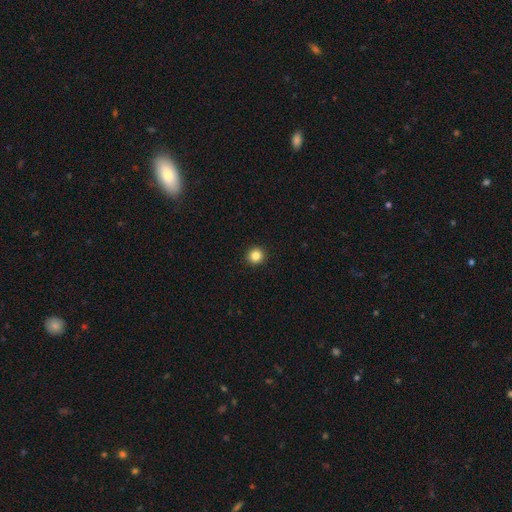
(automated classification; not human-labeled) smooth_or_featured: smooth (p=0.85) [alt: star or artifact p=0.11]
how_rounded: round (p=0.95) [alt: in between p=0.04]
merging: none (p=0.94) [alt: minor disturbance p=0.04]